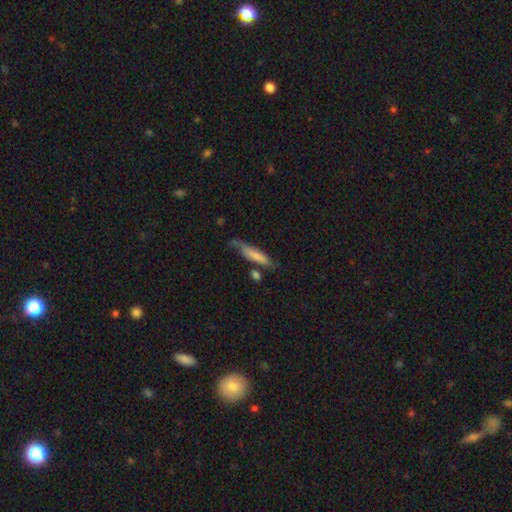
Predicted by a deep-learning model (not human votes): A smooth galaxy with no disk features (68%) that is cigar-shaped (78%). Merging: none (52%).